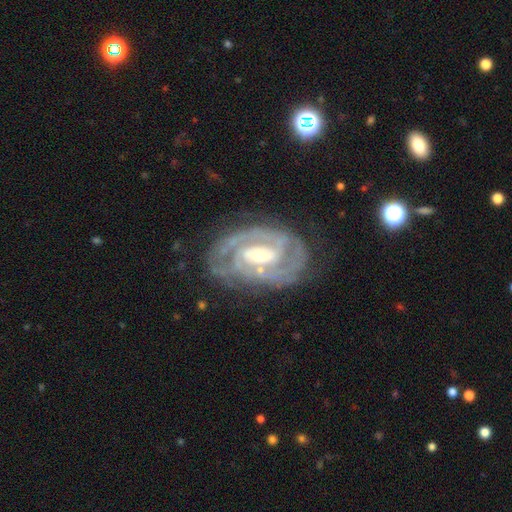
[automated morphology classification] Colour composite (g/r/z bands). It shows a featured or disk galaxy (90%) with a weak bar (42%), 2 (52%) tight (65%) spiral arms (97%) and a small central bulge (49%). Merging: none (75%).